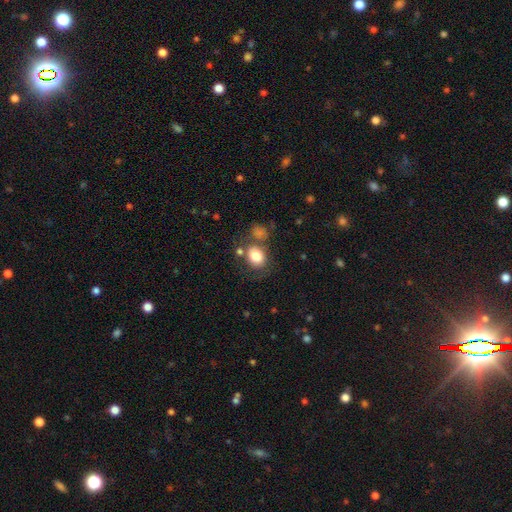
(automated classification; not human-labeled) smooth_or_featured: smooth (p=0.82) [alt: star or artifact p=0.09]
how_rounded: in between (p=0.54) [alt: round p=0.45]
merging: none (p=0.57) [alt: merger p=0.18]